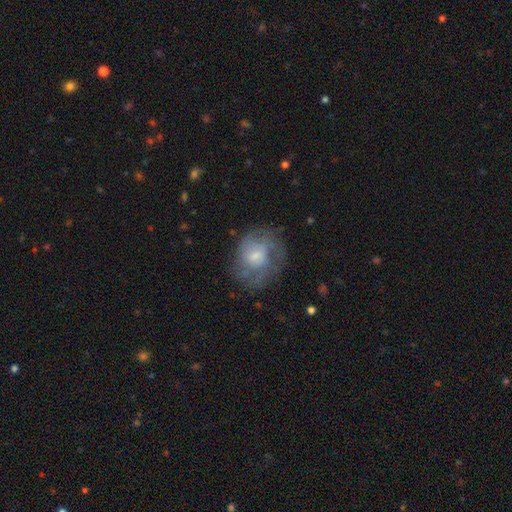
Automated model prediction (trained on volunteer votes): Smooth or featured? Predicted: featured or disk (p=0.55). Edge-on disk? Predicted: no (p=0.97). Bar? Predicted: no (p=0.69). Spiral arms? Predicted: yes (p=0.67). Bulge size? Predicted: small (p=0.45). Merging? Predicted: none (p=0.59).